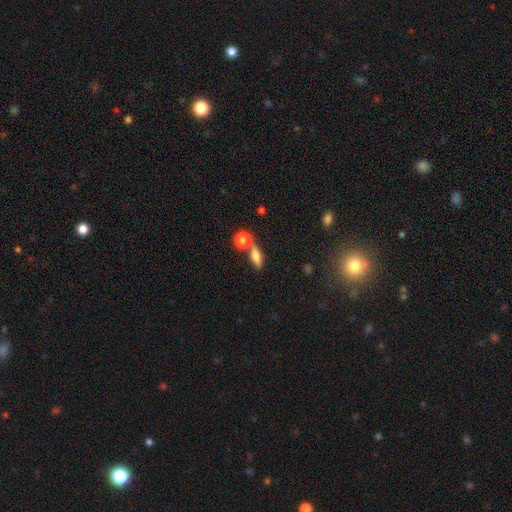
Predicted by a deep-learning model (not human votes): This appears to be a smooth galaxy with no disk features (66%) that is in between round and cigar-shaped (54%). Merging: none (61%).